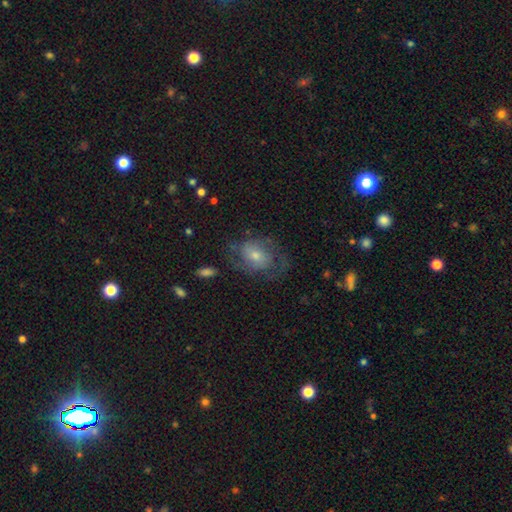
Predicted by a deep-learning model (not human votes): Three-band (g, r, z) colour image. It shows a featured or disk galaxy (66%) with no bar (63%), 2 (61%) medium (47%) spiral arms (85%) and a small central bulge (48%). Merging: none (61%).